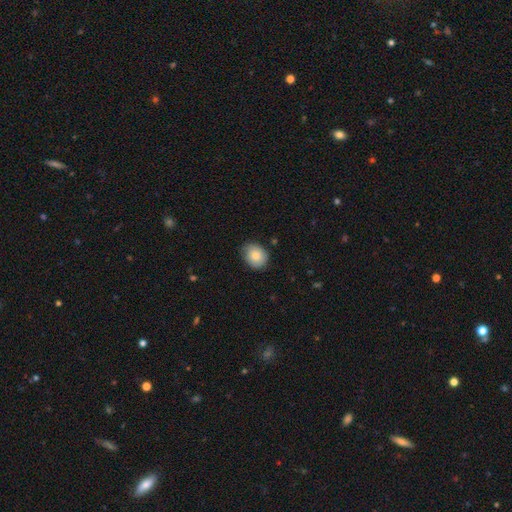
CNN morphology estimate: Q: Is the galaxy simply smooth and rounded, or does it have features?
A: smooth — 79%.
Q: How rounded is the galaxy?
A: round — 60%.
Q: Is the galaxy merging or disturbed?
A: none — 75%.